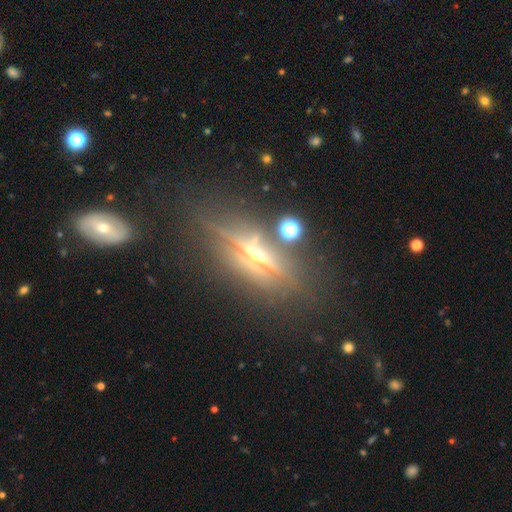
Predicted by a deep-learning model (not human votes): This appears to be a featured or disk galaxy (73%) viewed edge-on (88%) with a rounded central bulge (90%). Merging: none (73%).